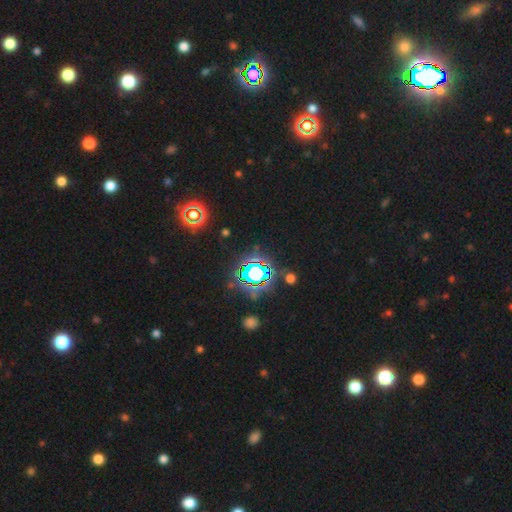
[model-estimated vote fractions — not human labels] Smooth or featured?
  - star or artifact: 81% *
  - smooth: 11%
  - featured or disk: 7%